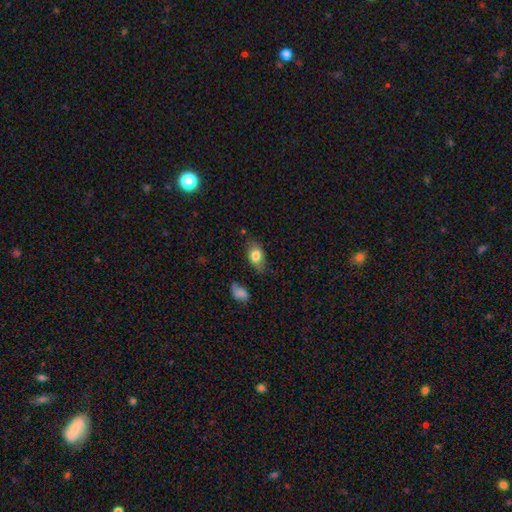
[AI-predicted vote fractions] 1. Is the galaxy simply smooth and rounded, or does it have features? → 78% smooth, 15% featured or disk, 8% star or artifact.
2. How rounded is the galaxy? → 86% in between, 11% round, 3% cigar-shaped.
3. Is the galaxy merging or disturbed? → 74% none, 19% minor disturbance, 4% major disturbance, 3% merger.